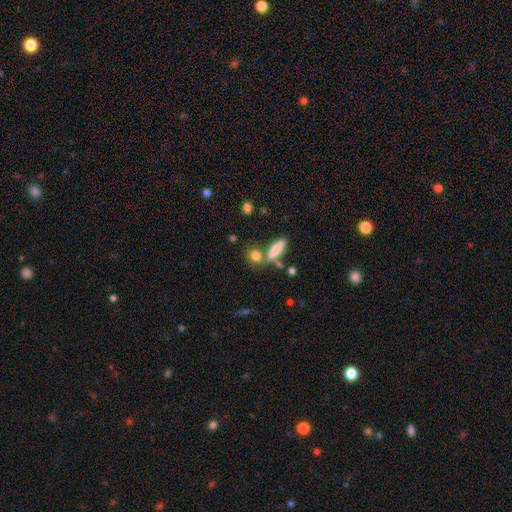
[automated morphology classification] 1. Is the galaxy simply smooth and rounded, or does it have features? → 81% smooth, 10% star or artifact, 9% featured or disk.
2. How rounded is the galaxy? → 44% in between, 30% round, 26% cigar-shaped.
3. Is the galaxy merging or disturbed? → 60% none, 23% merger, 12% minor disturbance, 5% major disturbance.